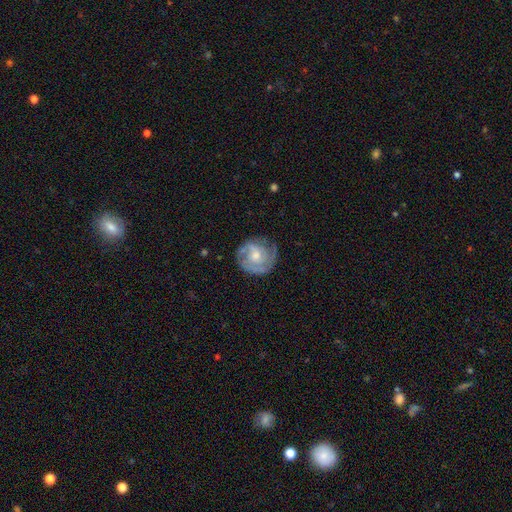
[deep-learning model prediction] This is likely a featured or disk galaxy (76%). It is clearly not viewed edge-on (98%). Bar: likely no (66%). Spiral arm pattern: clearly yes (92%). Spiral arm count: marginally 2 (33%). Spiral winding: possibly tight (55%). Central bulge: possibly moderate (56%). Merging: likely none (72%).